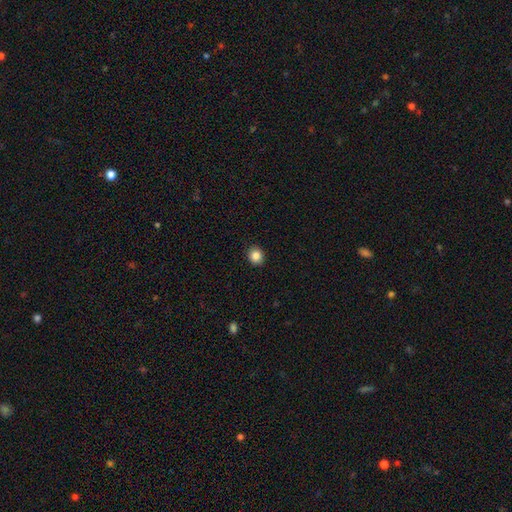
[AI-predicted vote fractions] smooth_or_featured: smooth (p=0.85) [alt: star or artifact p=0.10]
how_rounded: round (p=0.77) [alt: in between p=0.22]
merging: none (p=0.91) [alt: minor disturbance p=0.06]